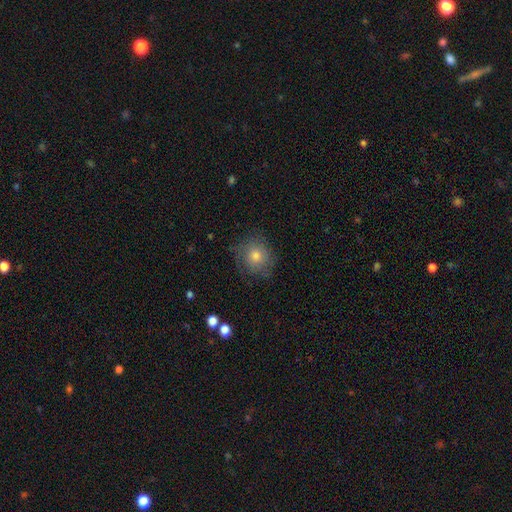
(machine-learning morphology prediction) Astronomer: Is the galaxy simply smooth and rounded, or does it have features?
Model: smooth — 61%.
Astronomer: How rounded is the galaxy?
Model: round — 86%.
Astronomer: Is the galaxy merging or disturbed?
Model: none — 76%.